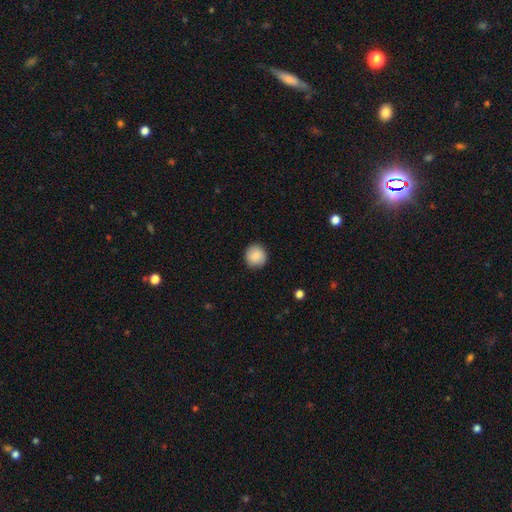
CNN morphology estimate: Smooth or featured? smooth (87%)
How rounded? round (93%)
Merging? none (89%)